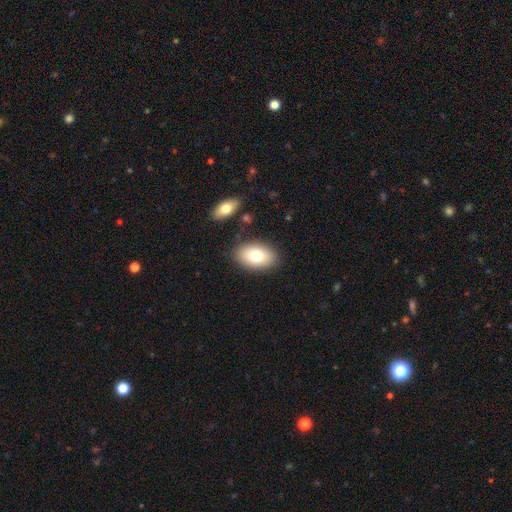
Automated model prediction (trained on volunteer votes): A smooth galaxy with no disk features (76%) that is in between round and cigar-shaped (90%). Merging: none (84%).